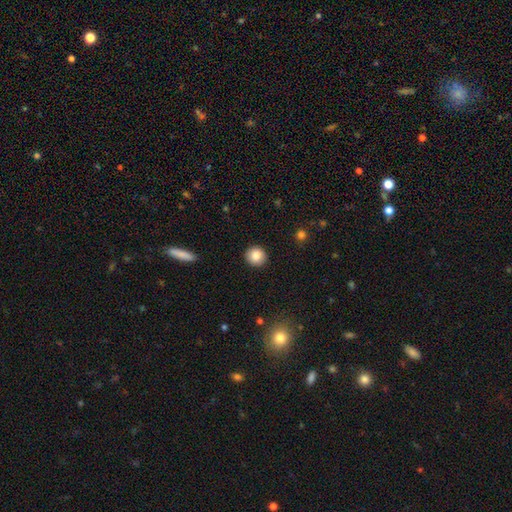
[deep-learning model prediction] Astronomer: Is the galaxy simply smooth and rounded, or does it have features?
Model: smooth — 85%.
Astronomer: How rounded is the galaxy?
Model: round — 92%.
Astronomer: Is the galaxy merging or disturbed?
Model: none — 92%.